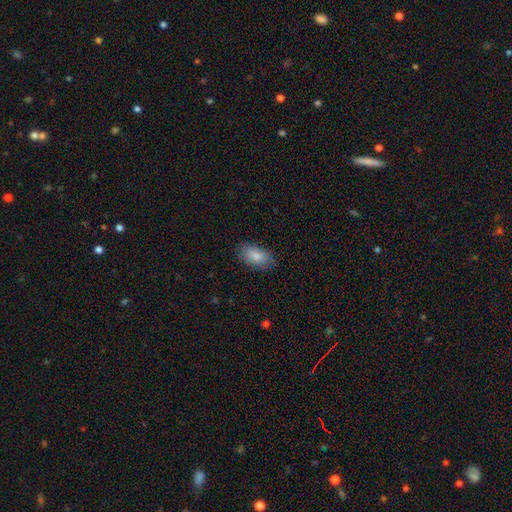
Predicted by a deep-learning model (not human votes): The model was most divided on "merging": none: 80%, minor disturbance: 15%, major disturbance: 4%, merger: 1%. More confident: how rounded — in between (93%); smooth or featured — smooth (86%).